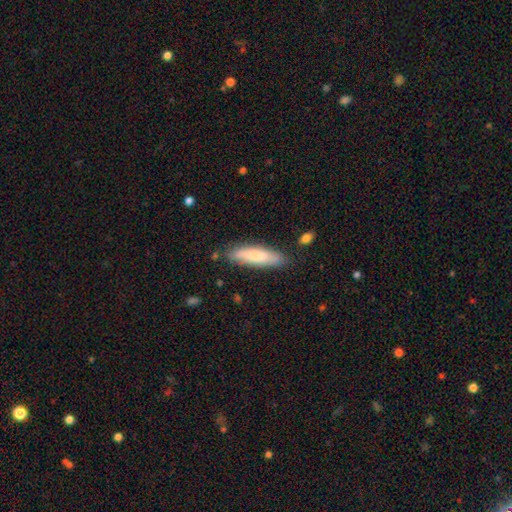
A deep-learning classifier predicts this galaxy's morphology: Smooth or featured? Predicted: smooth (p=0.77). How rounded? Predicted: cigar-shaped (p=0.74). Merging? Predicted: none (p=0.81).